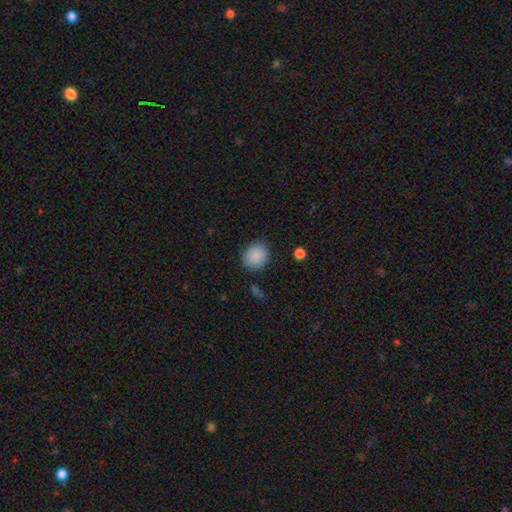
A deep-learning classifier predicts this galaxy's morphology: Smooth or featured: smooth — 88% (star or artifact — 8%)
How rounded: round — 70% (in between — 29%)
Merging: none — 86% (minor disturbance — 9%)